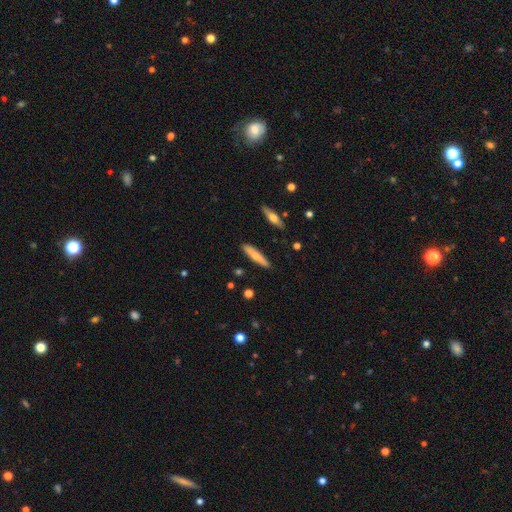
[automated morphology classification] A smooth galaxy with no disk features (66%) that is cigar-shaped (86%). Merging: none (88%).